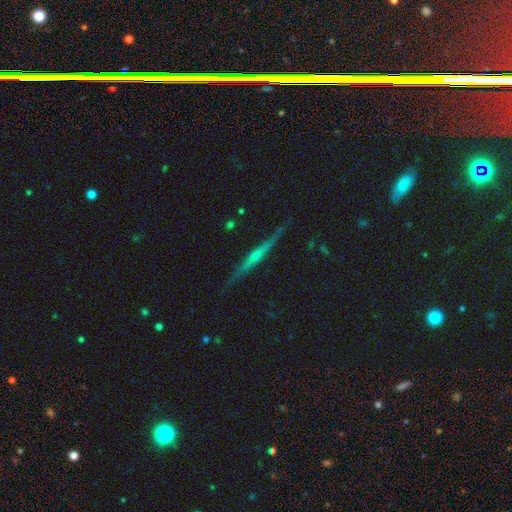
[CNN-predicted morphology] Overall: featured or disk (74%). Edge-on disk: yes (97%). Edge-on bulge: rounded (67%). Merging: none (87%).